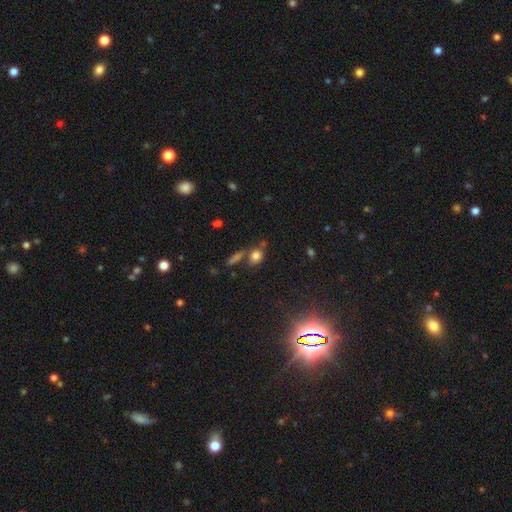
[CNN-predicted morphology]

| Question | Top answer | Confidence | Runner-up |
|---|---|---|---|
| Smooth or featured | smooth | 76% | star or artifact (15%) |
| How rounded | in between | 54% | round (42%) |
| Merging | none | 62% | merger (19%) |